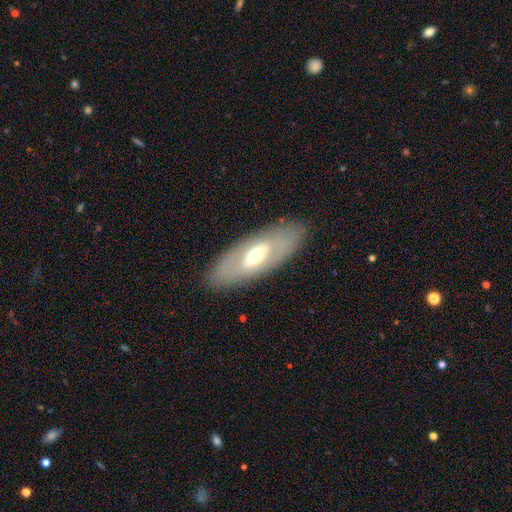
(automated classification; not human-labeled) Smooth or featured: featured or disk — 57% (smooth — 37%)
Edge-on disk: no — 74% (yes — 26%)
Merging: none — 86% (minor disturbance — 9%)